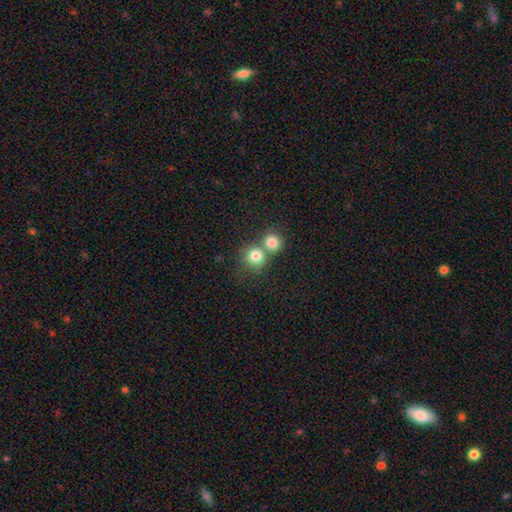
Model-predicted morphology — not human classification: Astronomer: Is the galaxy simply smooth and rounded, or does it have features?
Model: smooth — 80%.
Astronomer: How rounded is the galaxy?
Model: round — 87%.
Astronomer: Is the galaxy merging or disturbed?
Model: merger — 50% (runner-up: none, 41%).